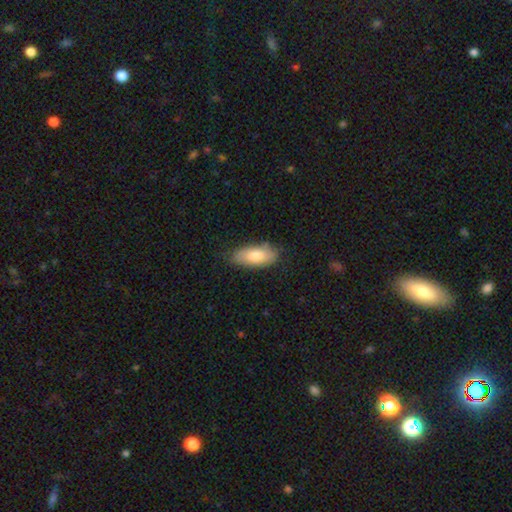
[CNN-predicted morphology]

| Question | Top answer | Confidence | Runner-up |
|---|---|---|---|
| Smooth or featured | smooth | 80% | featured or disk (14%) |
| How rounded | in between | 83% | cigar-shaped (15%) |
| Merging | none | 75% | minor disturbance (20%) |